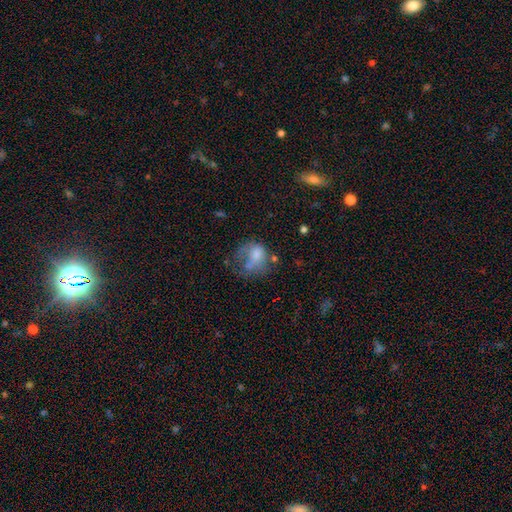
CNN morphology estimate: Smooth or featured? Predicted: smooth (p=0.59). How rounded? Predicted: round (p=0.51). Merging? Predicted: major disturbance (p=0.42).